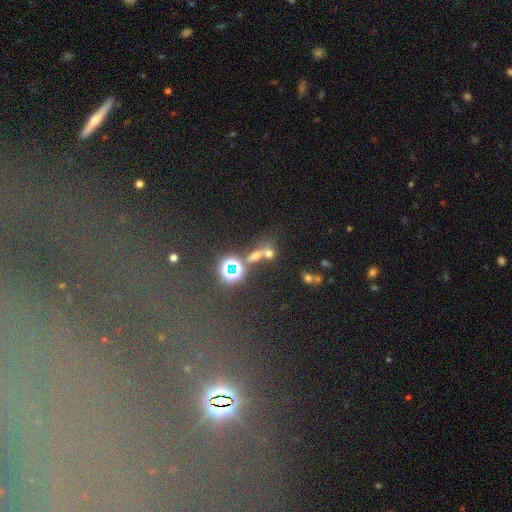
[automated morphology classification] Smooth or featured? Predicted: star or artifact (p=0.47).